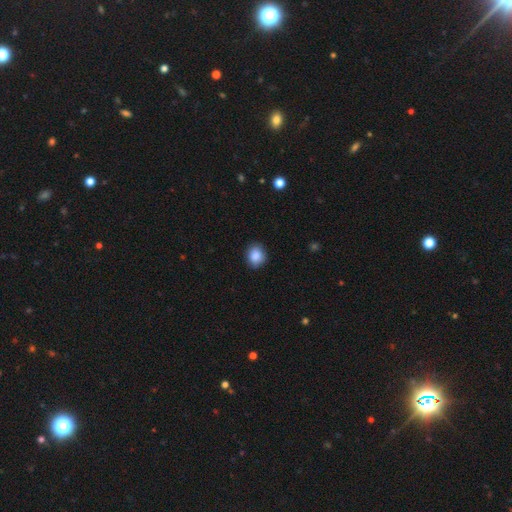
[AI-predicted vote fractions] Smooth or featured: smooth — 87% (star or artifact — 8%)
How rounded: round — 68% (in between — 31%)
Merging: none — 84% (minor disturbance — 12%)